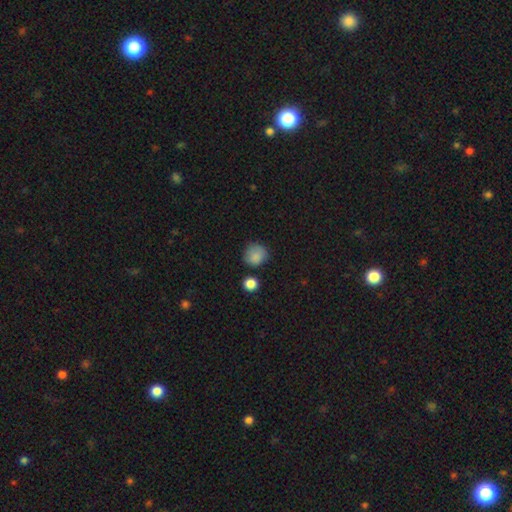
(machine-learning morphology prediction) A smooth galaxy with no disk features (85%) that is round (84%).

Vote fractions:
- Smooth or featured? smooth: 85% / star or artifact: 10% / featured or disk: 5%
- How rounded? round: 84% / in between: 15% / cigar-shaped: 1%
- Merging? none: 71% / minor disturbance: 19% / major disturbance: 5% / merger: 5%